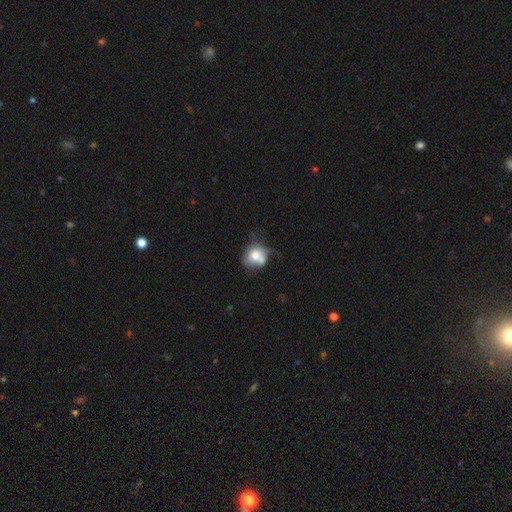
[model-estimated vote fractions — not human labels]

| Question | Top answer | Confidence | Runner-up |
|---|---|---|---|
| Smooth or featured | smooth | 69% | featured or disk (22%) |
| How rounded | round | 72% | in between (27%) |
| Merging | none | 43% | merger (25%) |